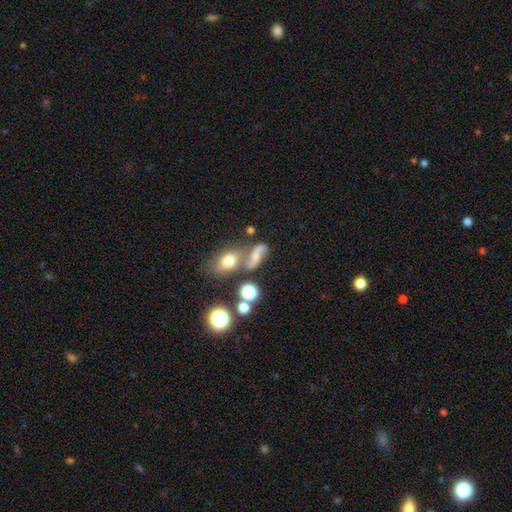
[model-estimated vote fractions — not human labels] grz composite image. It shows a featured or disk galaxy (50%). Merging: none (45%).